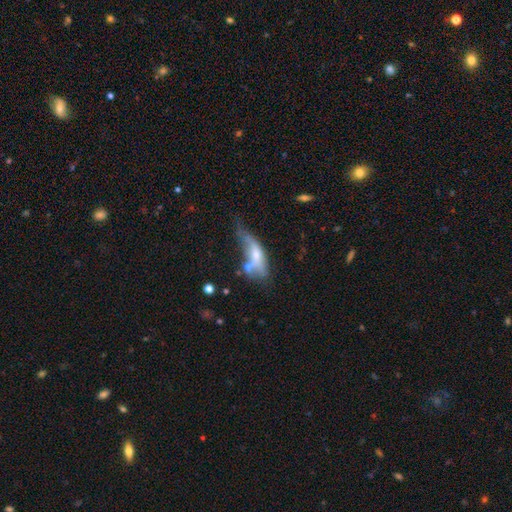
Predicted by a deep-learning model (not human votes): Morphology: type=smooth (50%); roundness=in between (66%); merging=major disturbance (30%).